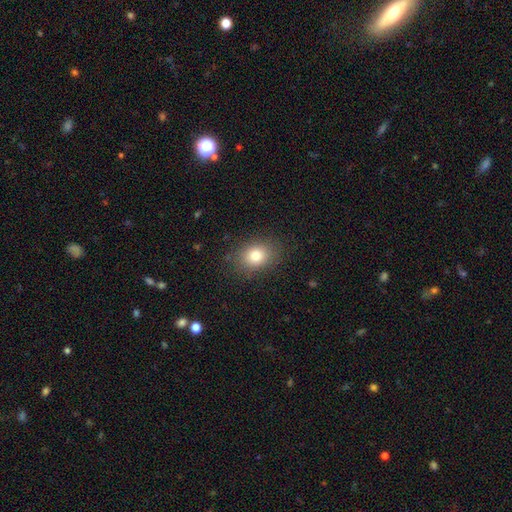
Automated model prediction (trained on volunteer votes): smooth_or_featured: smooth (p=0.80) [alt: star or artifact p=0.11]
how_rounded: in between (p=0.60) [alt: round p=0.39]
merging: none (p=0.84) [alt: minor disturbance p=0.11]